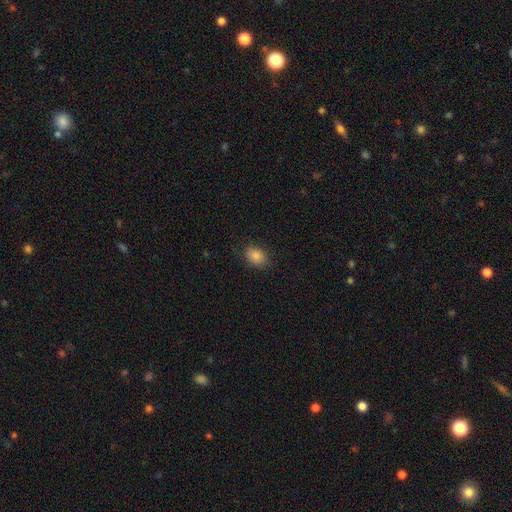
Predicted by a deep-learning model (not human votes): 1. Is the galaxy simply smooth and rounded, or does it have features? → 84% smooth, 9% star or artifact, 6% featured or disk.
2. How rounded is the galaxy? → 76% in between, 23% round, 1% cigar-shaped.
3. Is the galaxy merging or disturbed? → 82% none, 14% minor disturbance, 3% major disturbance, 1% merger.